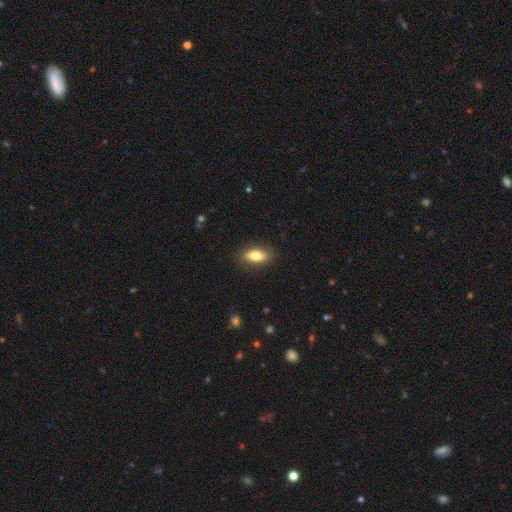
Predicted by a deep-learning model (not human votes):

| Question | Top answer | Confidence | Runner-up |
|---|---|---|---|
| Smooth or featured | smooth | 79% | featured or disk (14%) |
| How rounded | in between | 82% | cigar-shaped (15%) |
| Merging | none | 86% | minor disturbance (10%) |